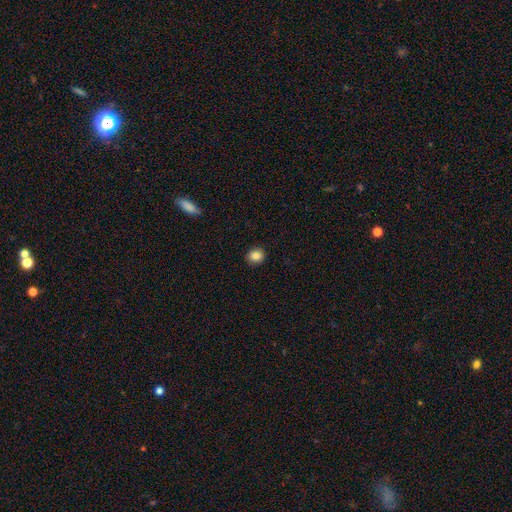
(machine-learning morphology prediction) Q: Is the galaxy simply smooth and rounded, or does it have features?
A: smooth — 86%.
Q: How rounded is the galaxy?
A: round — 77%.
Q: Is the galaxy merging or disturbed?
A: none — 91%.